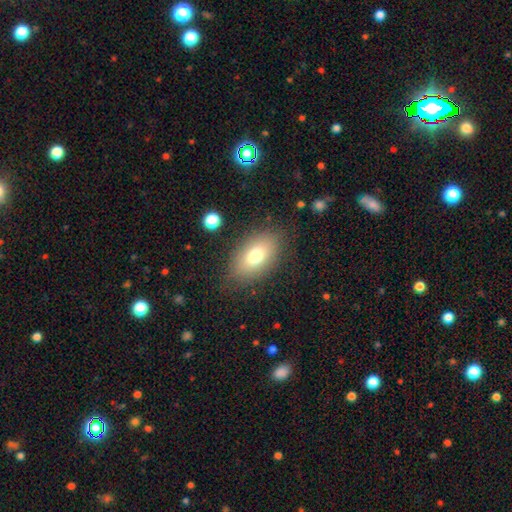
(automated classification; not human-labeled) smooth-or-featured: smooth: 74% | featured or disk: 16% | star or artifact: 10%
  how-rounded: in between: 88% | round: 9% | cigar-shaped: 2%
  merging: none: 81% | minor disturbance: 12% | major disturbance: 5% | merger: 2%